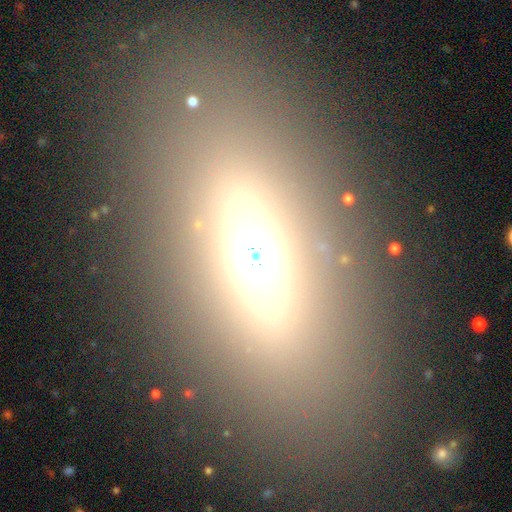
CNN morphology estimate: Smooth or featured: smooth — 50% (featured or disk — 32%)
How rounded: in between — 77% (cigar-shaped — 16%)
Merging: none — 82% (minor disturbance — 10%)